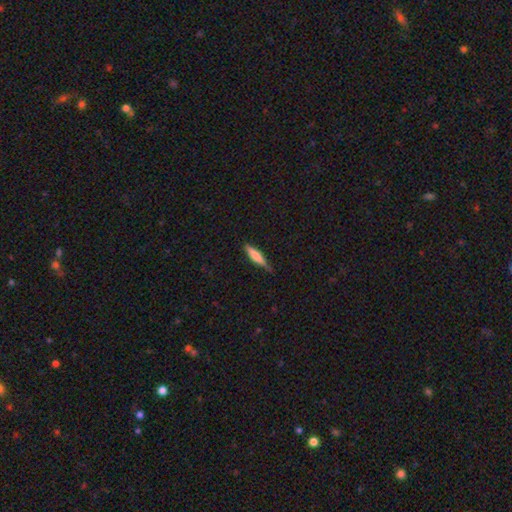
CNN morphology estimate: Overall: smooth (68%). How rounded: cigar-shaped (82%). Merging: none (70%).